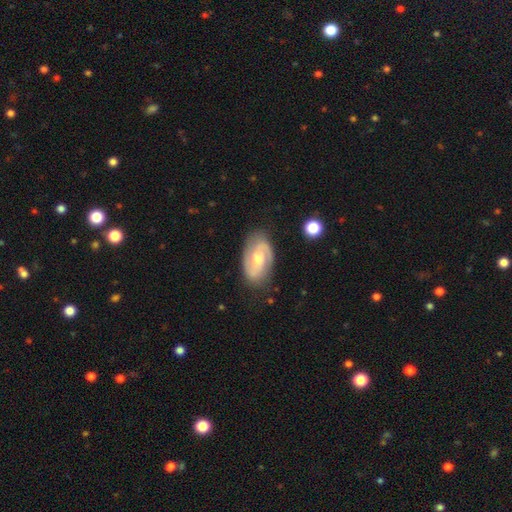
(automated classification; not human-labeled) Smooth or featured? featured or disk (80%)
Edge-on disk? no (96%)
Bar? no (46%)
Spiral arms? yes (94%)
Spiral winding? medium (47%)
Spiral arm count? 2 (87%)
Bulge size? moderate (63%)
Merging? none (78%)